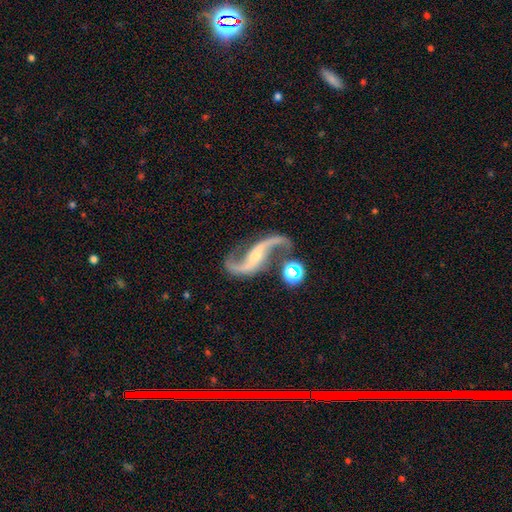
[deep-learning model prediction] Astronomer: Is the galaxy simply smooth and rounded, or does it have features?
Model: featured or disk — 92%.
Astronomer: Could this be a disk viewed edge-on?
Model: no — 97%.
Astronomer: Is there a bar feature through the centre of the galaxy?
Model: no — 41% (runner-up: weak, 31%).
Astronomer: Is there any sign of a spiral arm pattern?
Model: yes — 98%.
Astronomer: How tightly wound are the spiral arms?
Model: loose — 79%.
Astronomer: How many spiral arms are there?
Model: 2 — 94%.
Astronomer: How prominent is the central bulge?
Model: small — 59%.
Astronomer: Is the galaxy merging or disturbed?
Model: none — 70%.